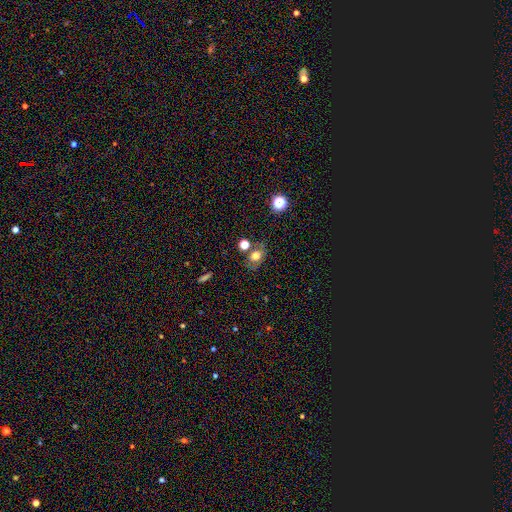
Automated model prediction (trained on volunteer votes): A smooth galaxy with no disk features (62%) that is in between round and cigar-shaped (65%). Merging: none (65%).